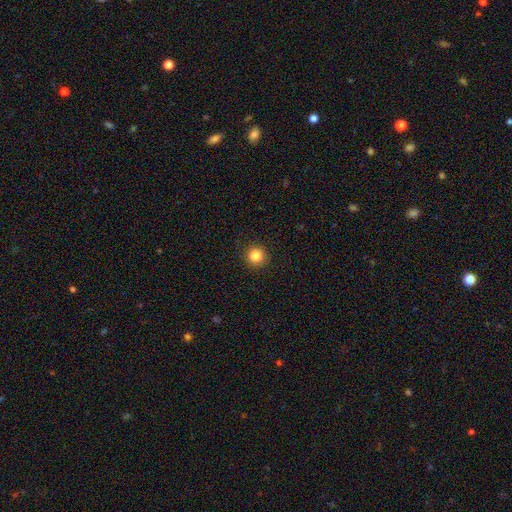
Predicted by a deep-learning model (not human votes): Overall: smooth (85%). How rounded: round (95%). Merging: none (92%).